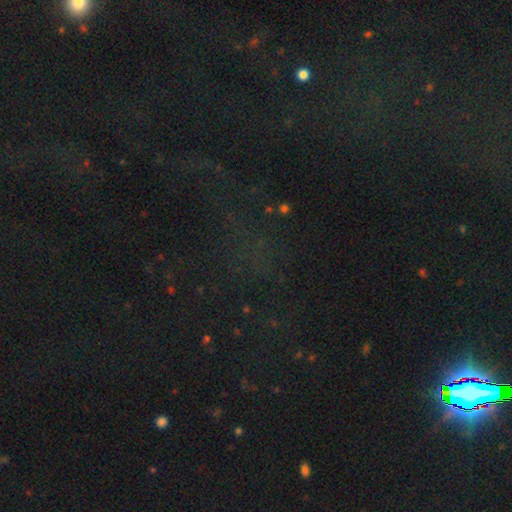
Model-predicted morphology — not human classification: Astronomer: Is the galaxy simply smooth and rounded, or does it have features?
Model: star or artifact — 73%.